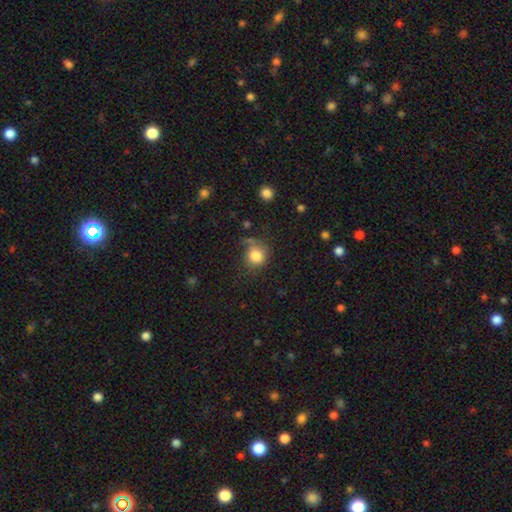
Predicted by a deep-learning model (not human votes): Smooth or featured?
  - smooth: 81% *
  - star or artifact: 10%
  - featured or disk: 9%
How rounded?
  - round: 81% *
  - in between: 18%
  - cigar-shaped: 1%
Merging?
  - none: 57% *
  - minor disturbance: 22%
  - major disturbance: 15%
  - merger: 5%